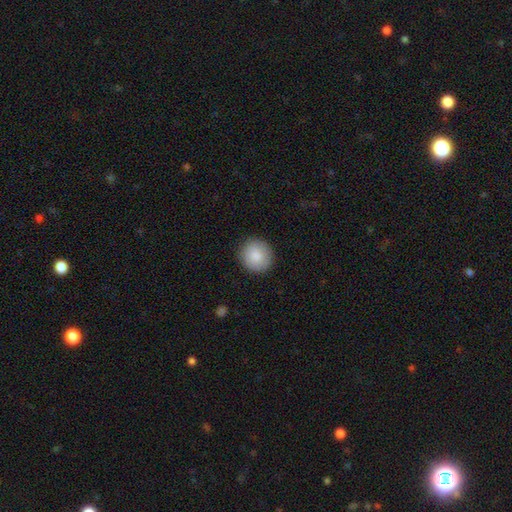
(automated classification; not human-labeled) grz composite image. It shows a smooth galaxy with no disk features (87%) that is round (91%). Merging: none (90%).